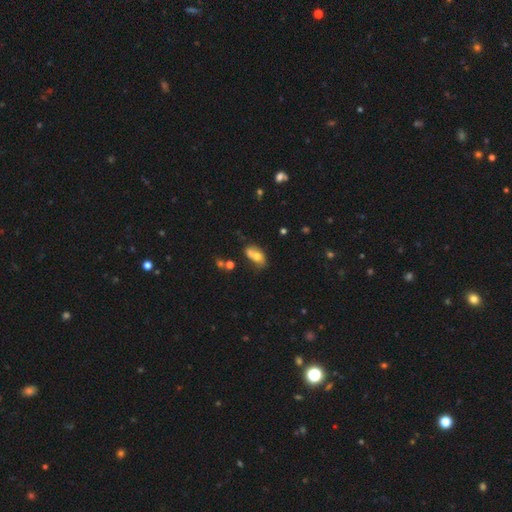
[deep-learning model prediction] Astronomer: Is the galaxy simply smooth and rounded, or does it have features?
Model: smooth — 59%.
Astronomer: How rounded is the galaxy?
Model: in between — 81%.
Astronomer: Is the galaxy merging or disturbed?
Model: merger — 35% (runner-up: none, 33%).